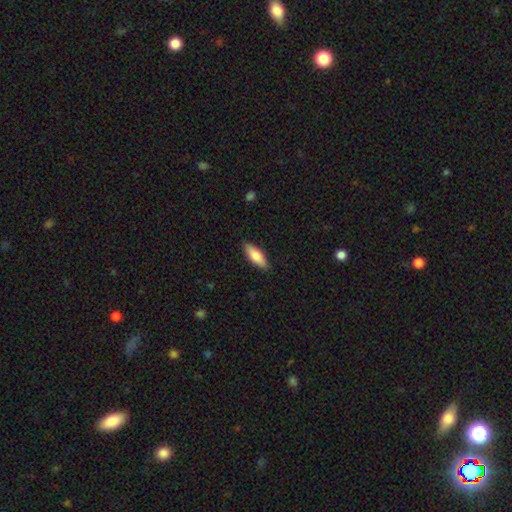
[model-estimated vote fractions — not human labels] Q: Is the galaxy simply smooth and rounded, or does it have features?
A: smooth — 77%.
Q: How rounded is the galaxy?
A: in between — 65%.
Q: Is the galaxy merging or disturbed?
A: none — 87%.